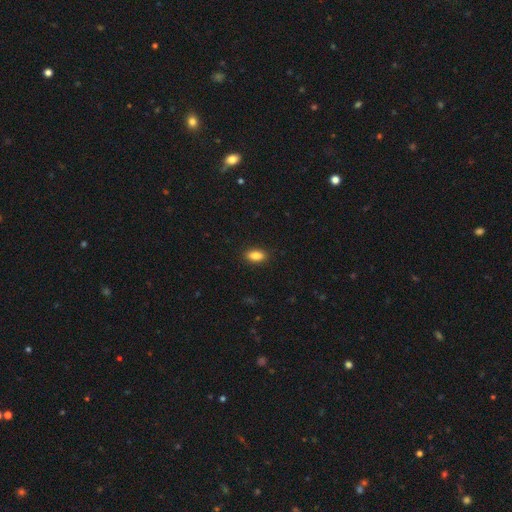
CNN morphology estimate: smooth_or_featured: smooth (p=0.87) [alt: star or artifact p=0.08]
how_rounded: in between (p=0.89) [alt: cigar-shaped p=0.06]
merging: none (p=0.90) [alt: minor disturbance p=0.08]